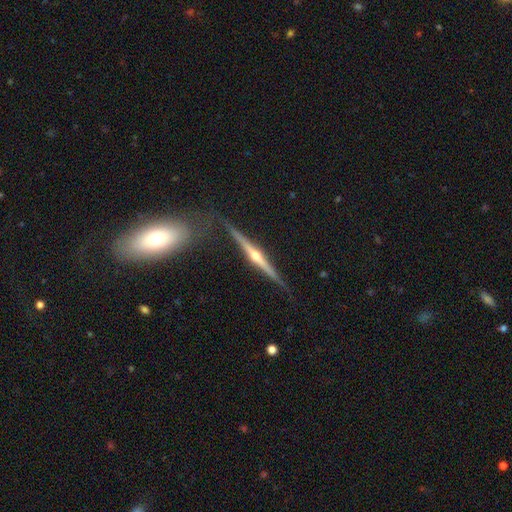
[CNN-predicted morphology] Q: Smooth or featured?
A: featured or disk (85%); runner-up: smooth (9%)
Q: Edge-on disk?
A: yes (98%); runner-up: no (2%)
Q: Edge-on bulge?
A: rounded (92%); runner-up: none (5%)
Q: Merging?
A: none (82%); runner-up: minor disturbance (12%)